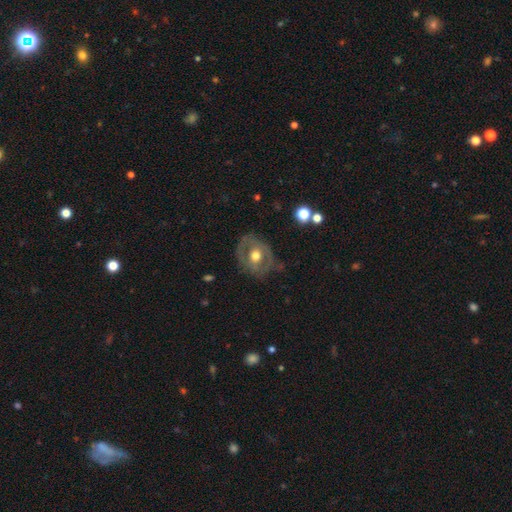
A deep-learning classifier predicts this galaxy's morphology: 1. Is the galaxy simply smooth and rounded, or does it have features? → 58% featured or disk, 35% smooth, 7% star or artifact.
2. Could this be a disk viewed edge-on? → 94% no, 6% yes.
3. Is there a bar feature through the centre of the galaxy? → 69% no, 23% weak, 8% strong.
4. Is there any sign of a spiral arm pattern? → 72% no, 28% yes.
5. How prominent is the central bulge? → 73% moderate, 17% large, 7% small, 1% dominant, 1% none.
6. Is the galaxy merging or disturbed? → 67% none, 20% minor disturbance, 11% major disturbance, 2% merger.